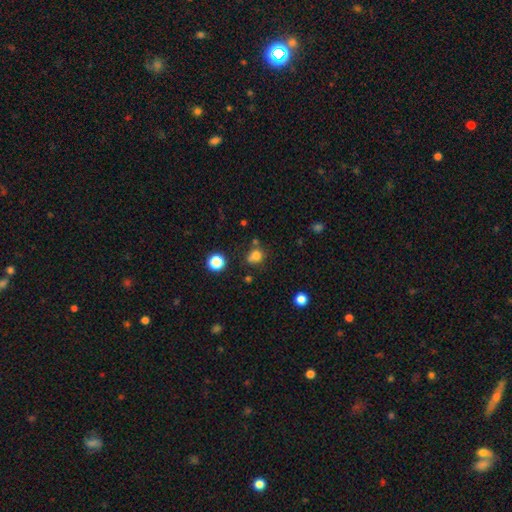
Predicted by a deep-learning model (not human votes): smooth 78%, star or artifact 15%, featured or disk 7%. Down the decision tree: how rounded — round (67%); merging — none (62%).